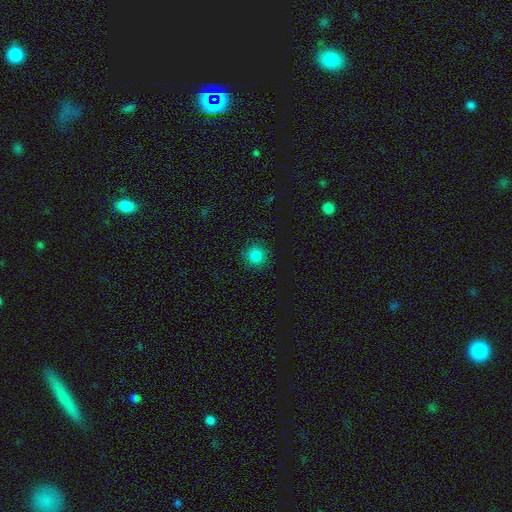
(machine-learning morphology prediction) A smooth galaxy with no disk features (85%) that is round (94%).

Vote fractions:
- Smooth or featured? smooth: 85% / star or artifact: 11% / featured or disk: 4%
- How rounded? round: 94% / in between: 5% / cigar-shaped: 1%
- Merging? none: 91% / minor disturbance: 6% / major disturbance: 2% / merger: 1%